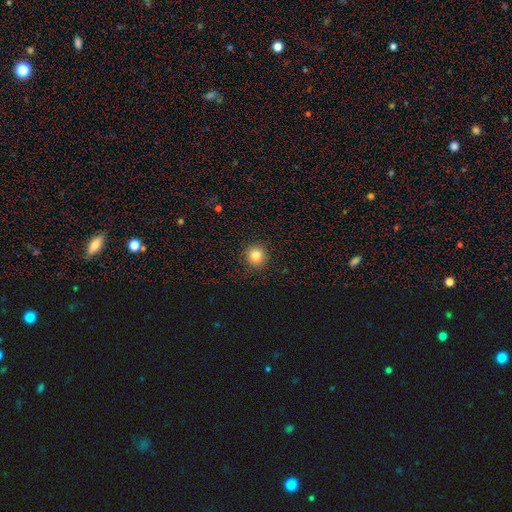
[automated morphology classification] A smooth galaxy with no disk features (82%) that is round (93%).

Vote fractions:
- Smooth or featured? smooth: 82% / star or artifact: 12% / featured or disk: 6%
- How rounded? round: 93% / in between: 6% / cigar-shaped: 1%
- Merging? none: 91% / minor disturbance: 6% / major disturbance: 2% / merger: 1%